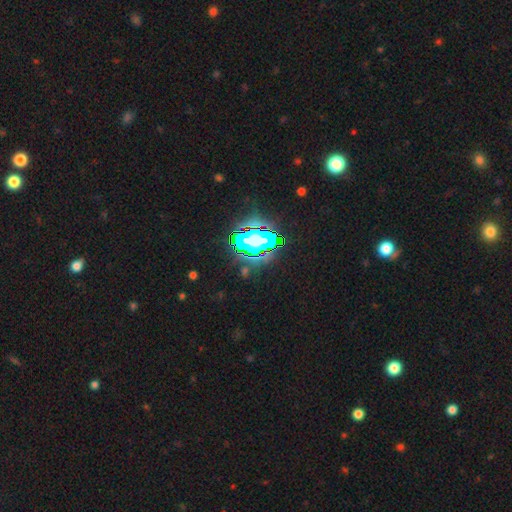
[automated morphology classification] Q: Smooth or featured?
A: star or artifact (67%); runner-up: smooth (18%)